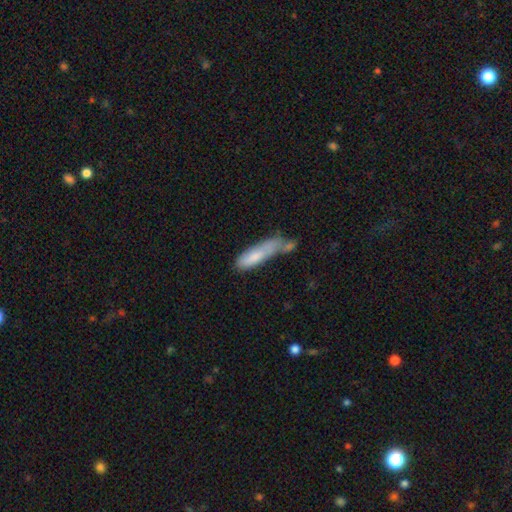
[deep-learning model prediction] smooth-or-featured: smooth: 74% | featured or disk: 20% | star or artifact: 7%
  how-rounded: cigar-shaped: 67% | in between: 32% | round: 2%
  merging: none: 31% | merger: 30% | minor disturbance: 25% | major disturbance: 14%